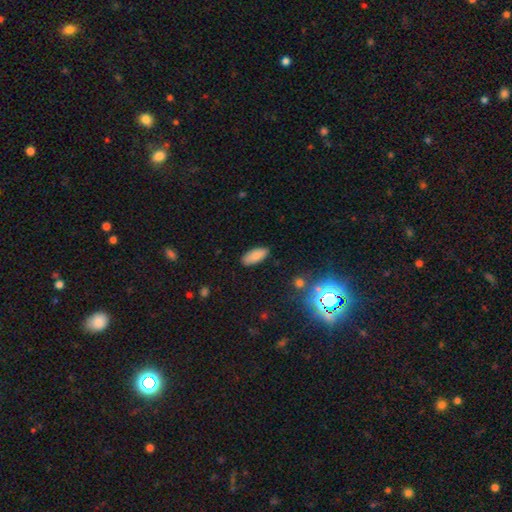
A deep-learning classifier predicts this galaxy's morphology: Smooth or featured? Predicted: smooth (p=0.84). How rounded? Predicted: in between (p=0.85). Merging? Predicted: none (p=0.86).